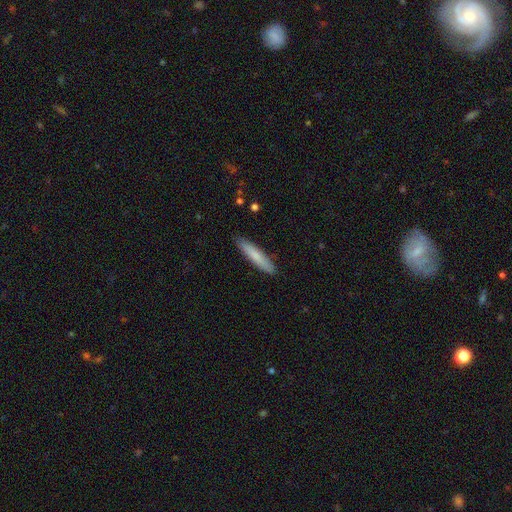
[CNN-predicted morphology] This appears to be a smooth galaxy with no disk features (75%) that is cigar-shaped (90%). Merging: none (89%).